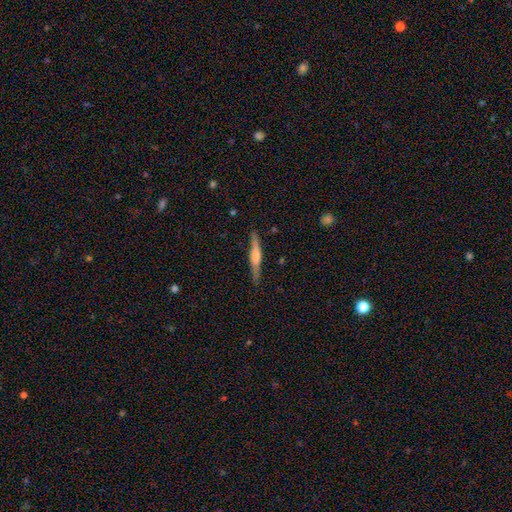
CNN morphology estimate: A featured or disk galaxy (60%) viewed edge-on (97%) with a rounded central bulge (67%).

Vote fractions:
- Smooth or featured? featured or disk: 60% / smooth: 34% / star or artifact: 6%
- Edge-on disk? yes: 97% / no: 3%
- Edge-on bulge? rounded: 67% / boxy: 22% / none: 12%
- Merging? none: 87% / minor disturbance: 10% / major disturbance: 2% / merger: 1%